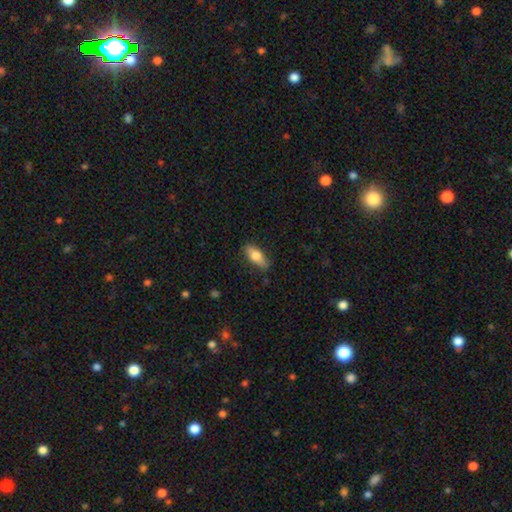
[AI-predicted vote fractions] Overall: smooth (74%). How rounded: in between (75%). Merging: none (81%).